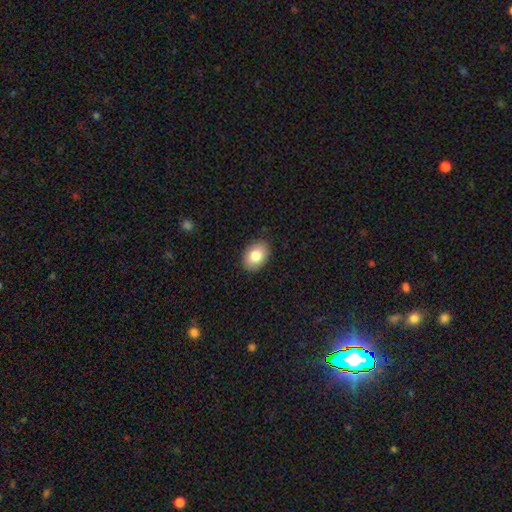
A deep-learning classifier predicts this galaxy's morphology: Q: Smooth or featured?
A: smooth (82%); runner-up: featured or disk (11%)
Q: How rounded?
A: in between (80%); runner-up: round (19%)
Q: Merging?
A: none (88%); runner-up: minor disturbance (9%)